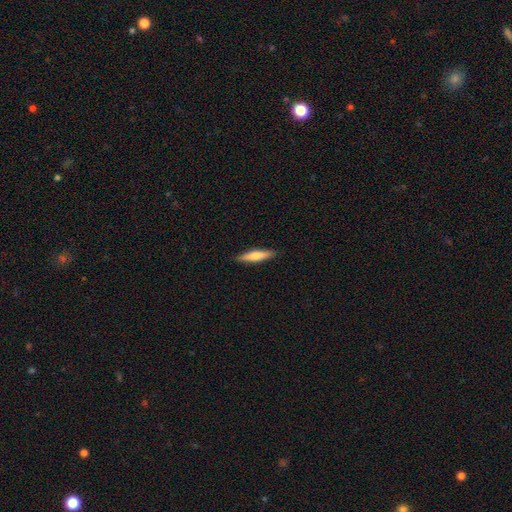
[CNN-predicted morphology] This appears to be a smooth galaxy with no disk features (68%) that is cigar-shaped (82%). Merging: none (90%).